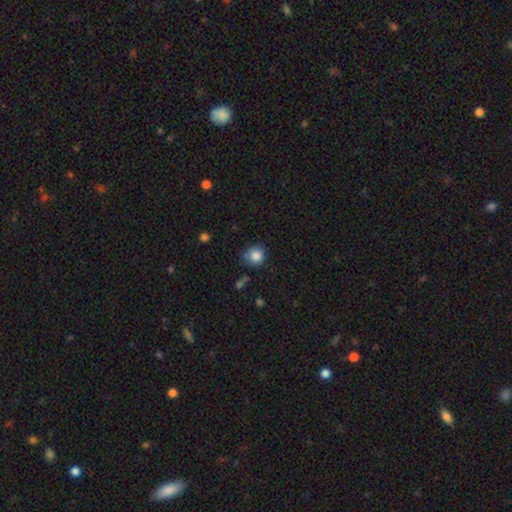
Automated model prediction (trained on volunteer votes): This is clearly a smooth galaxy (85%). How rounded: clearly round (84%). Merging: likely none (68%).